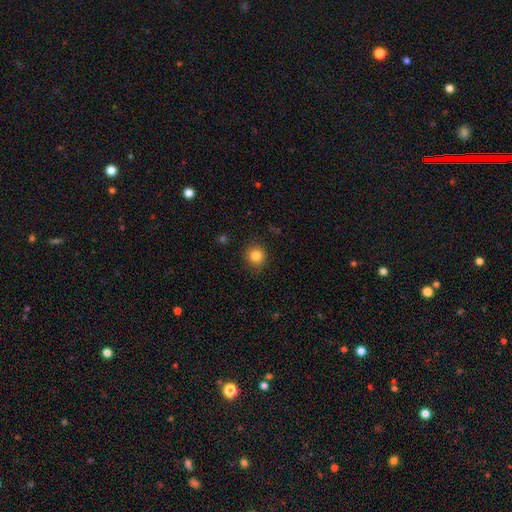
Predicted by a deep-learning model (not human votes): Overall: smooth (84%). How rounded: round (88%). Merging: none (86%).